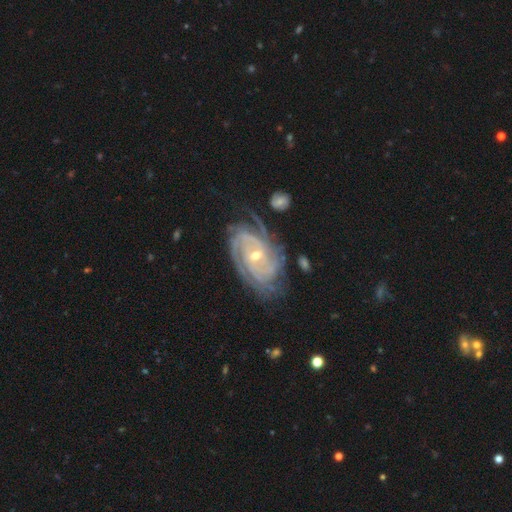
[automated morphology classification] Smooth or featured? Predicted: featured or disk (p=0.90). Edge-on disk? Predicted: no (p=0.96). Bar? Predicted: no (p=0.55). Spiral arms? Predicted: yes (p=0.98). Spiral winding? Predicted: tight (p=0.76). Spiral arm count? Predicted: can't tell (p=0.24, tied with 3). Bulge size? Predicted: small (p=0.56). Merging? Predicted: none (p=0.68).